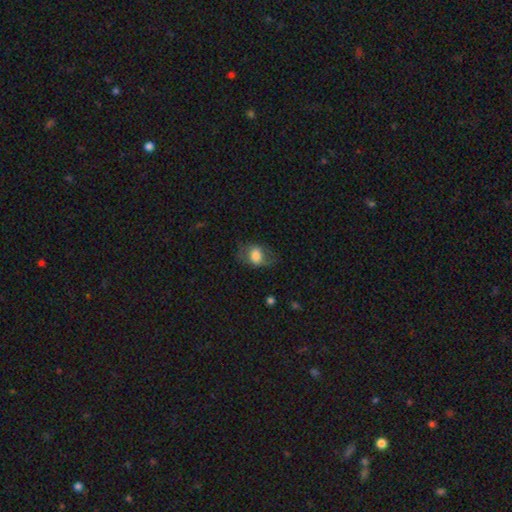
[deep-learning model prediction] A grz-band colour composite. It shows a smooth galaxy with no disk features (61%) that is in between round and cigar-shaped (68%). Merging: none (60%).